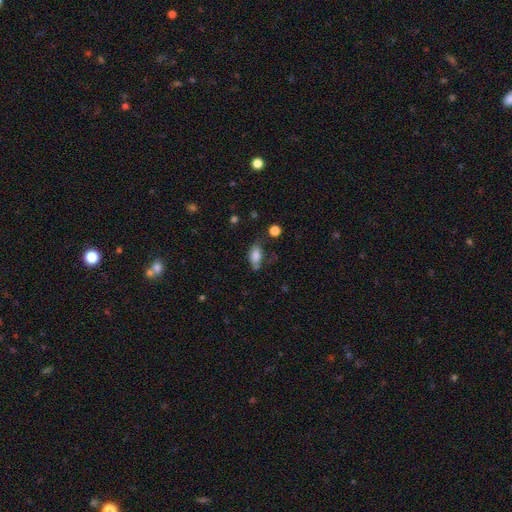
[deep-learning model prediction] This is likely a smooth galaxy (80%). How rounded: clearly in between (87%). Merging: possibly none (57%).